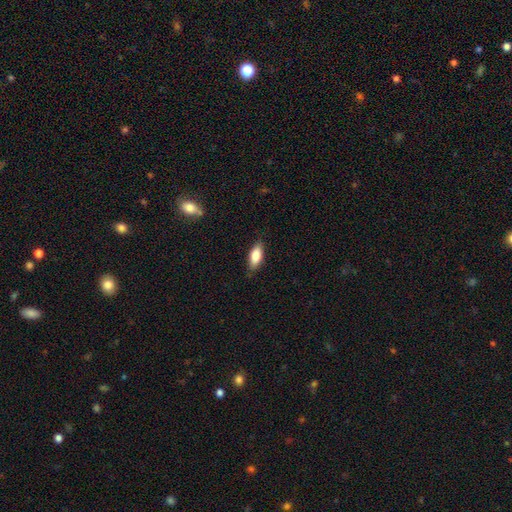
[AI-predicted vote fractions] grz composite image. It shows a smooth galaxy with no disk features (80%) that is in between round and cigar-shaped (80%). Merging: none (83%).